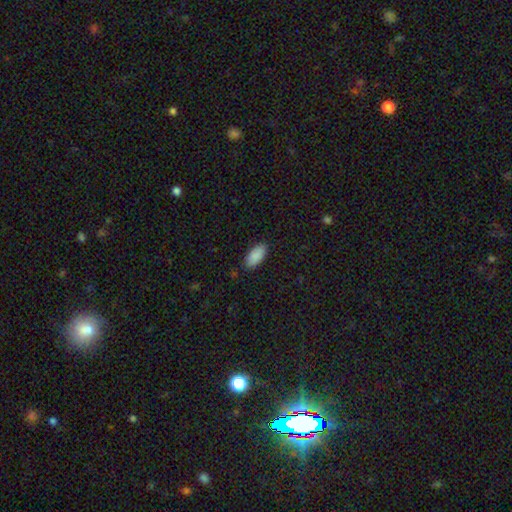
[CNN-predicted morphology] type=smooth (90%); roundness=in between (92%); merging=none (87%).